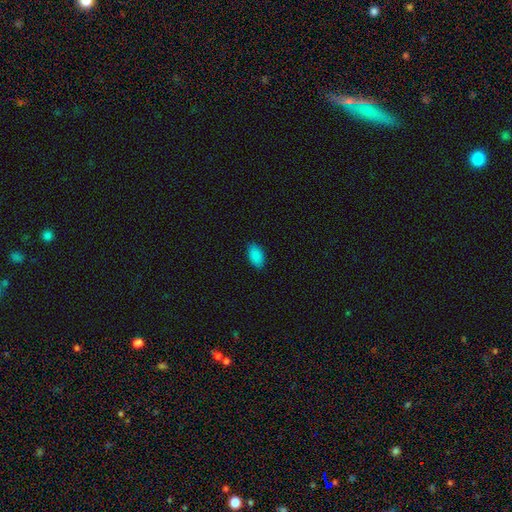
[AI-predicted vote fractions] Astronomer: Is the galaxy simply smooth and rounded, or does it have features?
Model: smooth — 88%.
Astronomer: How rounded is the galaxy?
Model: in between — 94%.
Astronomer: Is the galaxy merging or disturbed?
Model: none — 87%.